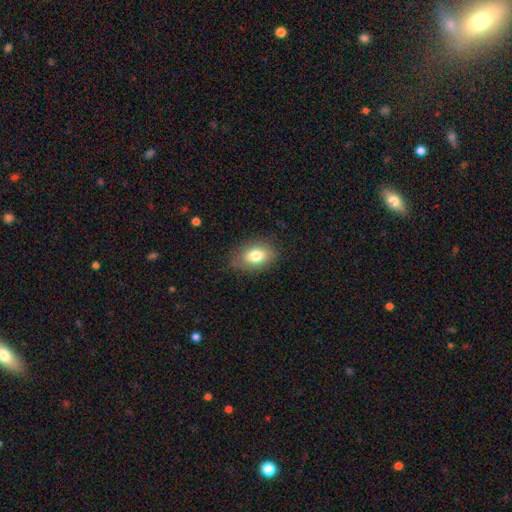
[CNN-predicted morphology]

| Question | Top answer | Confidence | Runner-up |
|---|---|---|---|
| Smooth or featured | smooth | 78% | featured or disk (13%) |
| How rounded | in between | 83% | round (16%) |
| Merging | none | 81% | minor disturbance (14%) |